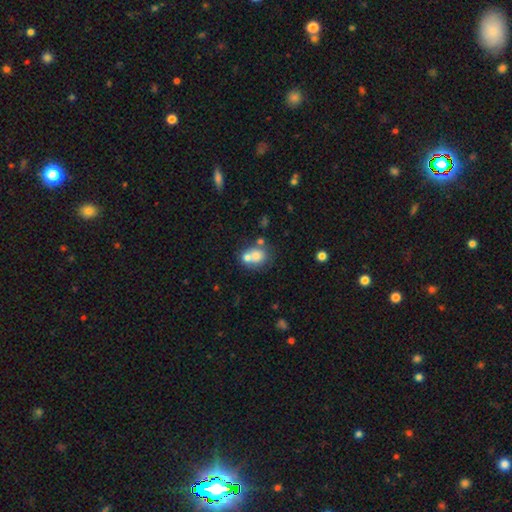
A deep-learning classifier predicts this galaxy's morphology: smooth 71%, featured or disk 19%, star or artifact 11%. Down the decision tree: how rounded — round (61%); merging — merger (50%).